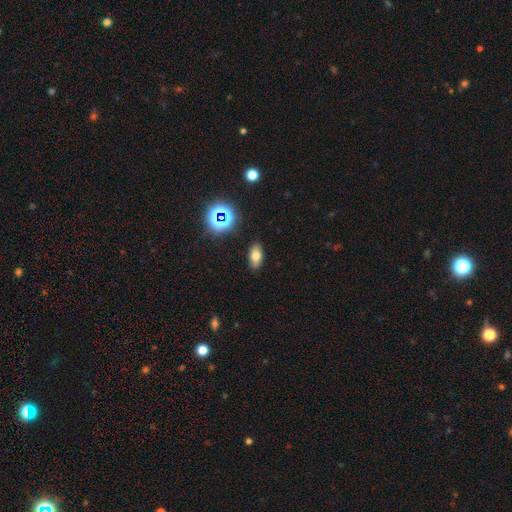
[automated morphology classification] Smooth or featured? Predicted: smooth (p=0.70). How rounded? Predicted: in between (p=0.88). Merging? Predicted: none (p=0.86).